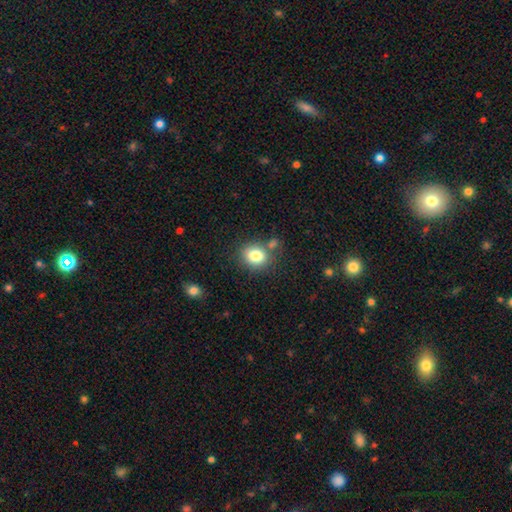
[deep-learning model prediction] This is clearly a smooth galaxy (81%). How rounded: likely round (68%). Merging: likely none (72%).